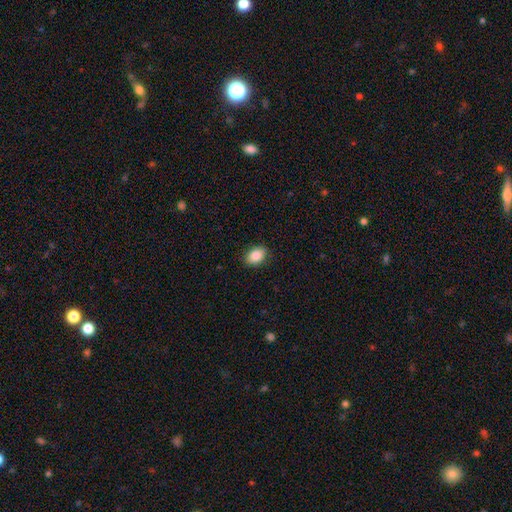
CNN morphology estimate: Smooth or featured? Predicted: smooth (p=0.86). How rounded? Predicted: in between (p=0.82). Merging? Predicted: none (p=0.89).